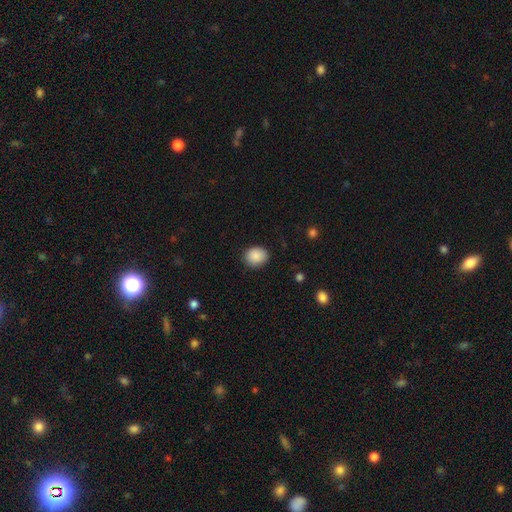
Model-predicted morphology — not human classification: smooth_or_featured: smooth (p=0.89) [alt: star or artifact p=0.08]
how_rounded: round (p=0.58) [alt: in between p=0.42]
merging: none (p=0.85) [alt: minor disturbance p=0.11]